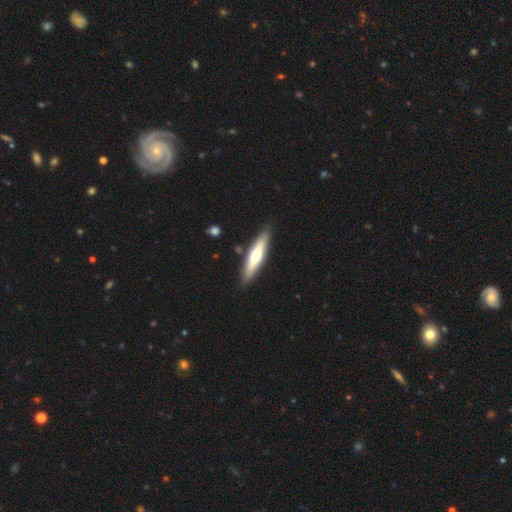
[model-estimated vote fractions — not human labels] smooth-or-featured: featured or disk: 50% | smooth: 46% | star or artifact: 5%
  merging: none: 87% | minor disturbance: 9% | merger: 3% | major disturbance: 2%